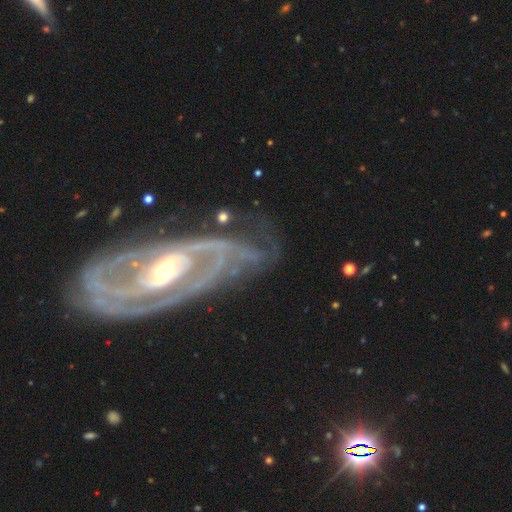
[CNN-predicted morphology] The model was most divided on "spiral winding": tight: 41%, medium: 38%, loose: 21%. Remaining: edge-on disk — no (94%); spiral arms — yes (88%); smooth or featured — featured or disk (85%); spiral arm count — 2 (51%); bar — no (49%); merging — none (47%); bulge size — moderate (47%).